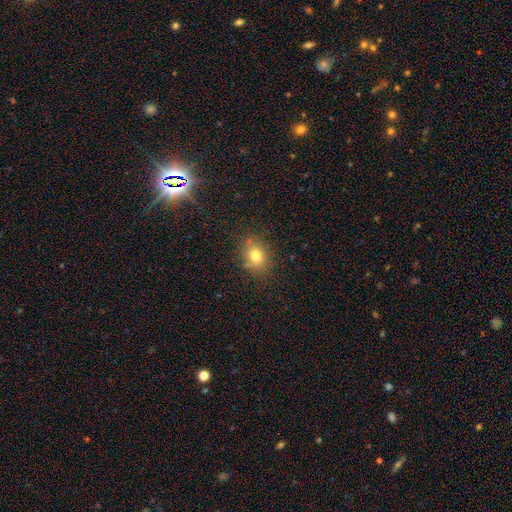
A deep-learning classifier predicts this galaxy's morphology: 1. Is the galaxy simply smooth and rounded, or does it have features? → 77% smooth, 14% star or artifact, 9% featured or disk.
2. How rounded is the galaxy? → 60% round, 39% in between, 1% cigar-shaped.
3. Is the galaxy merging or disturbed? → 79% none, 13% minor disturbance, 4% major disturbance, 4% merger.